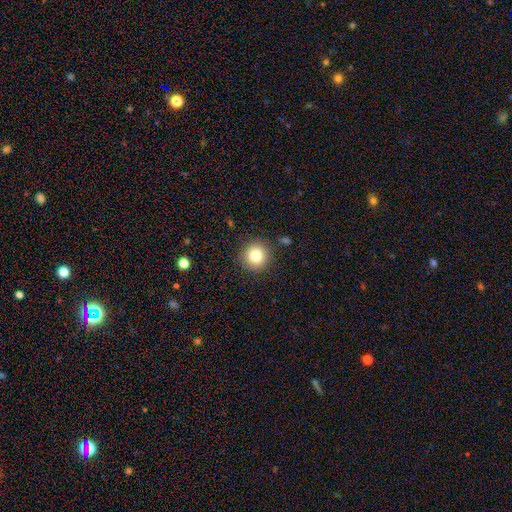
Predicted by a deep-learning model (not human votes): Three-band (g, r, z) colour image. It shows a smooth galaxy with no disk features (81%) that is round (94%). Merging: none (88%).